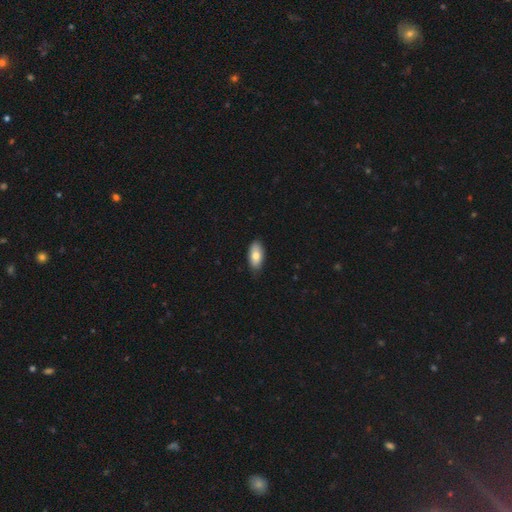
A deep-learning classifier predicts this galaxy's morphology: This appears to be a smooth galaxy with no disk features (78%) that is in between round and cigar-shaped (90%). Merging: none (82%).